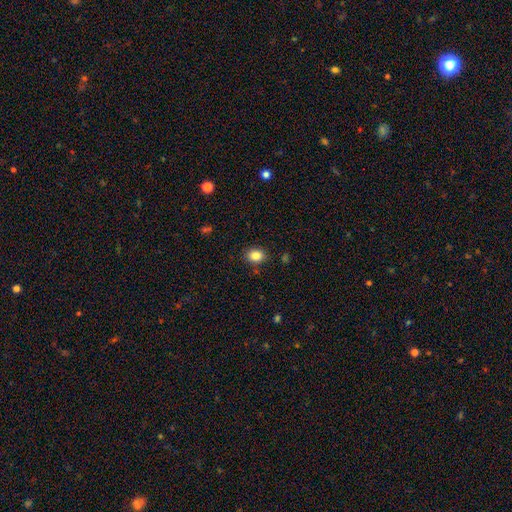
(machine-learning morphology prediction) smooth-or-featured: smooth: 85% | star or artifact: 10% | featured or disk: 5%
  how-rounded: in between: 55% | round: 44% | cigar-shaped: 1%
  merging: none: 86% | minor disturbance: 10% | major disturbance: 3% | merger: 2%